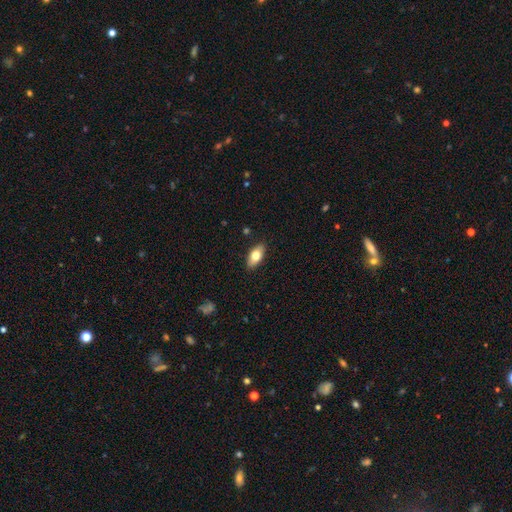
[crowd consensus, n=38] Smooth or featured?
  - smooth: 55% *
  - featured or disk: 37%
  - star or artifact: 8%
How rounded?
  - in between: 76% *
  - cigar-shaped: 19%
  - round: 5%
Merging?
  - none: 77% *
  - minor disturbance: 20%
  - merger: 3%
  - major disturbance: 0%